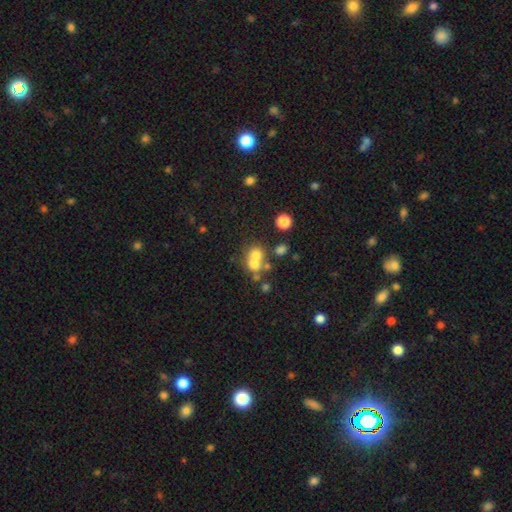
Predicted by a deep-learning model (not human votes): Smooth or featured? Predicted: smooth (p=0.64). How rounded? Predicted: round (p=0.79). Merging? Predicted: merger (p=0.56).